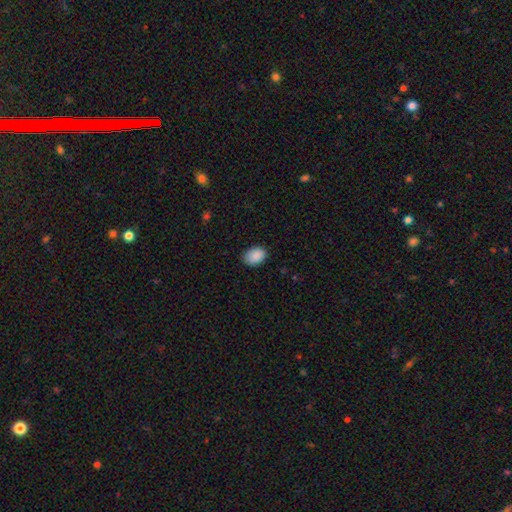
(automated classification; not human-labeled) Q: Smooth or featured?
A: smooth (89%); runner-up: star or artifact (7%)
Q: How rounded?
A: in between (78%); runner-up: round (21%)
Q: Merging?
A: none (80%); runner-up: minor disturbance (17%)